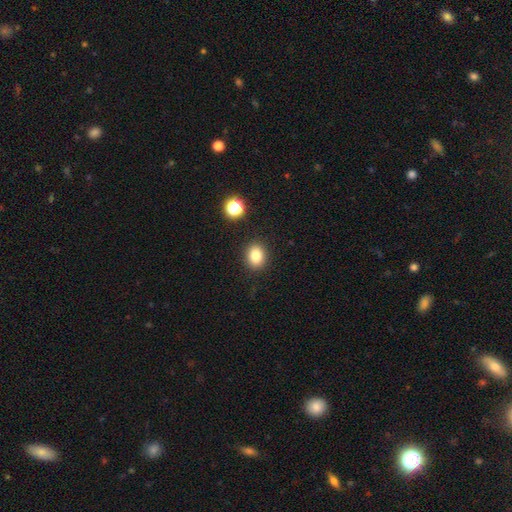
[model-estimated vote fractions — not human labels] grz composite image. It shows a smooth galaxy with no disk features (82%) that is round (54%). Merging: none (89%).